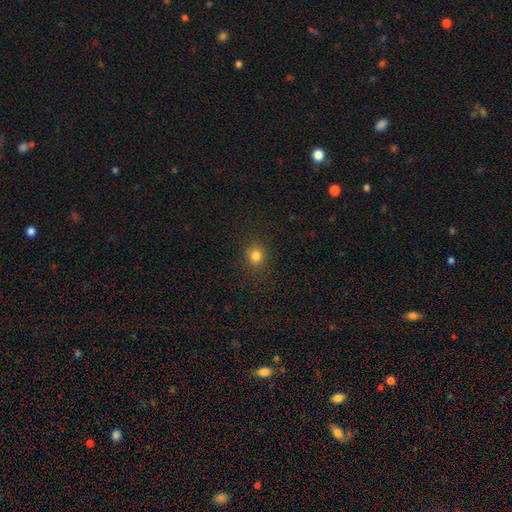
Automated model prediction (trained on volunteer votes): A smooth galaxy with no disk features (81%) that is round (82%).

Vote fractions:
- Smooth or featured? smooth: 81% / star or artifact: 14% / featured or disk: 5%
- How rounded? round: 82% / in between: 17% / cigar-shaped: 1%
- Merging? none: 88% / minor disturbance: 8% / major disturbance: 3% / merger: 1%